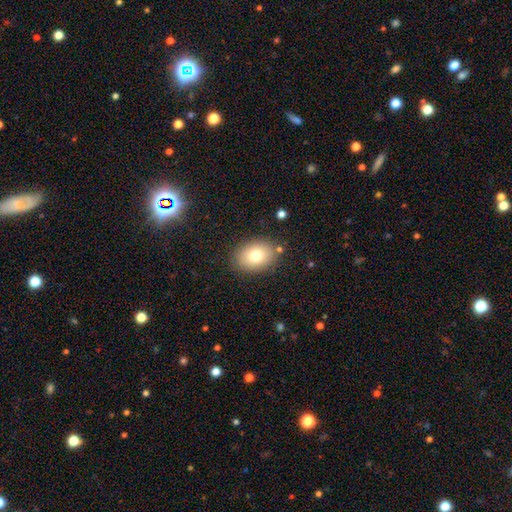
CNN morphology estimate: smooth-or-featured: smooth: 77% | featured or disk: 14% | star or artifact: 10%
  how-rounded: in between: 70% | round: 29% | cigar-shaped: 1%
  merging: none: 85% | minor disturbance: 10% | major disturbance: 3% | merger: 2%